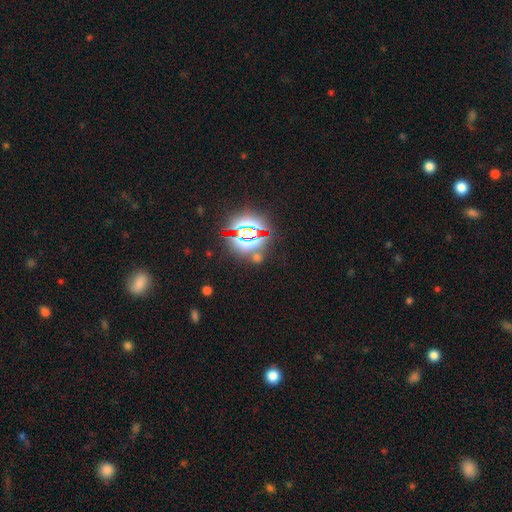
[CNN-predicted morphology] Smooth or featured?
  - star or artifact: 79% *
  - smooth: 11%
  - featured or disk: 9%